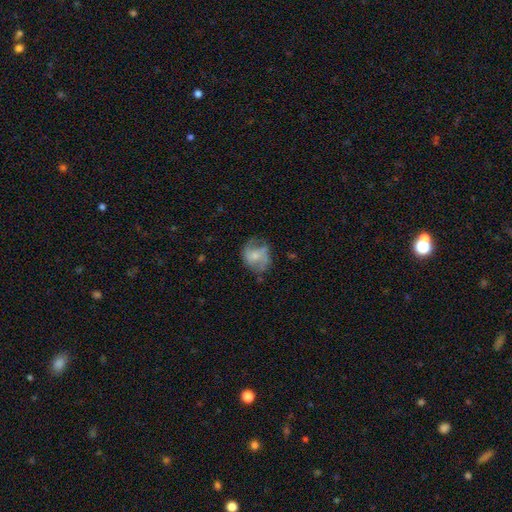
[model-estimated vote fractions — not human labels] This is possibly a featured or disk galaxy (56%). It is clearly not viewed edge-on (97%). Bar: likely no (64%). Spiral arm pattern: likely yes (74%). Central bulge: possibly small (49%). Merging: possibly none (56%).